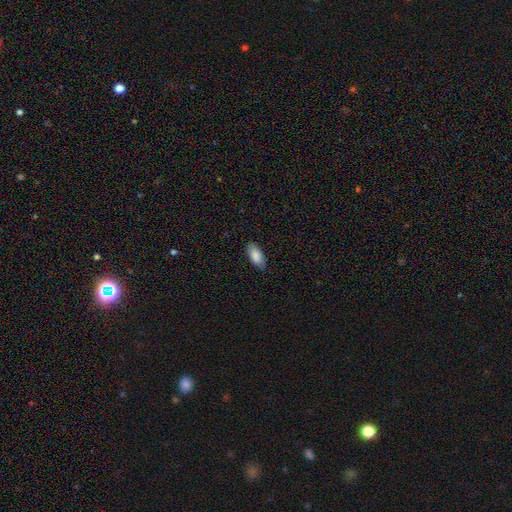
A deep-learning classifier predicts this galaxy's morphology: smooth 86%, featured or disk 8%, star or artifact 6%. Down the decision tree: how rounded — in between (89%); merging — none (84%).